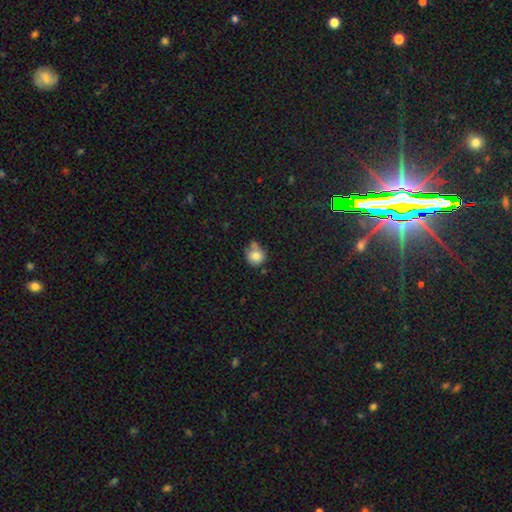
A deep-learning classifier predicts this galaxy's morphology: The model was most divided on "merging": none: 49%, minor disturbance: 24%, merger: 21%, major disturbance: 7%. More confident: how rounded — round (85%); smooth or featured — smooth (79%).